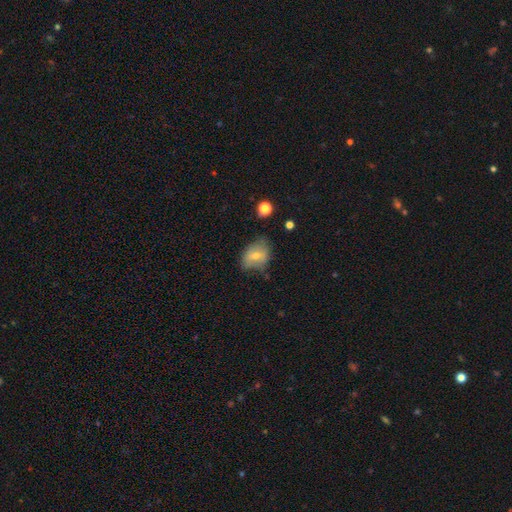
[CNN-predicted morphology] smooth-or-featured: smooth: 64% | featured or disk: 27% | star or artifact: 9%
  how-rounded: in between: 68% | round: 31% | cigar-shaped: 1%
  merging: none: 54% | minor disturbance: 33% | major disturbance: 10% | merger: 3%